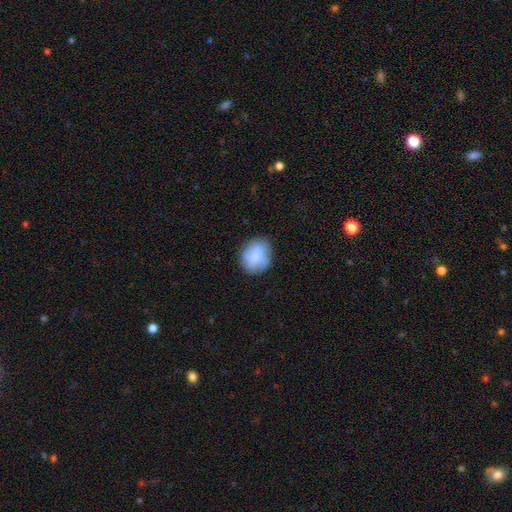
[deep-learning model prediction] smooth_or_featured: smooth (p=0.81) [alt: featured or disk p=0.12]
how_rounded: round (p=0.54) [alt: in between p=0.45]
merging: none (p=0.72) [alt: minor disturbance p=0.21]